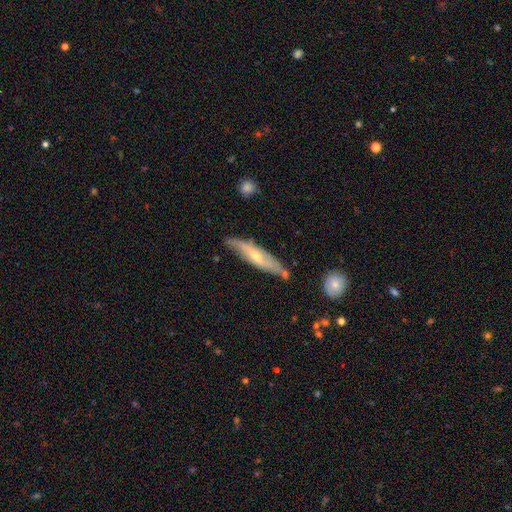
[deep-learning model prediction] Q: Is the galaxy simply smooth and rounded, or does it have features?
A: featured or disk — 58%.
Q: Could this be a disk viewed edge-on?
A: yes — 57%.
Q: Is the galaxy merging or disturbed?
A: none — 71%.